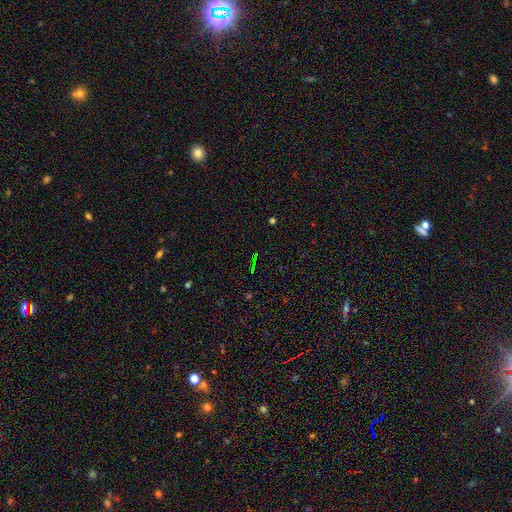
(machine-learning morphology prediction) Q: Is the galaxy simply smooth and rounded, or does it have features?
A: star or artifact — 74%.